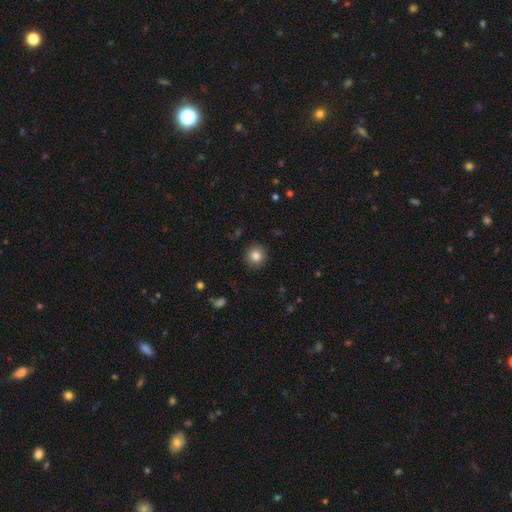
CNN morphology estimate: Overall: smooth (84%). How rounded: round (93%). Merging: none (91%).